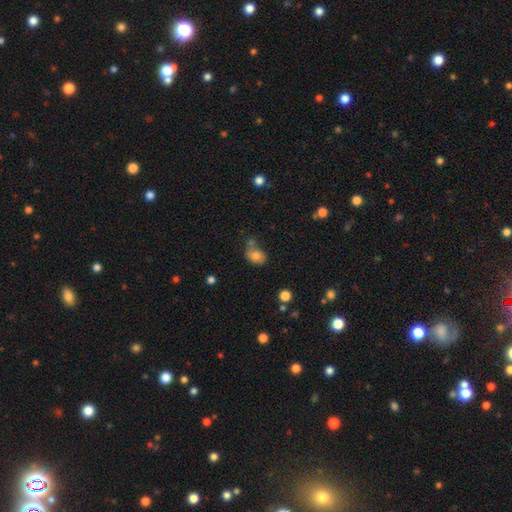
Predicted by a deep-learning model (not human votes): This is likely a smooth galaxy (79%). How rounded: possibly in between (59%). Merging: possibly none (50%).